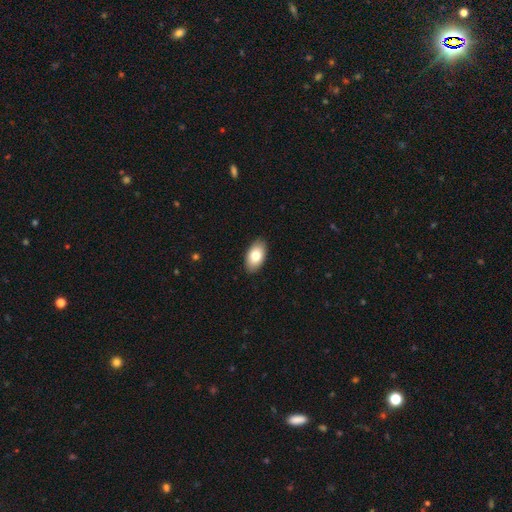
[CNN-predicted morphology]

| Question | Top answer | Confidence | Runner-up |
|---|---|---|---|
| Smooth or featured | smooth | 78% | featured or disk (15%) |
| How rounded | in between | 94% | round (4%) |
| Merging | none | 90% | minor disturbance (8%) |